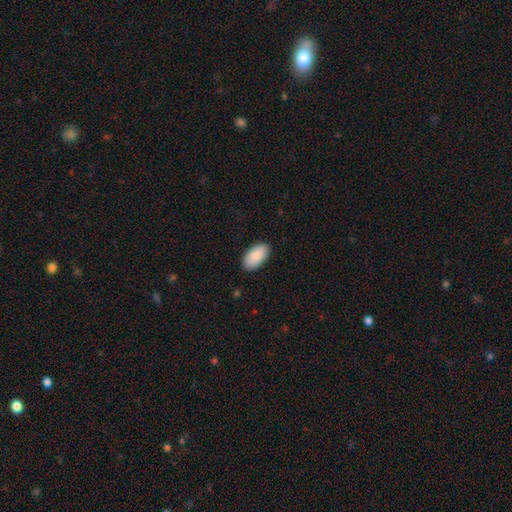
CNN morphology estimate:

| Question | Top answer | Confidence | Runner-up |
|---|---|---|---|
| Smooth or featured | smooth | 90% | star or artifact (6%) |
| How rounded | in between | 96% | round (2%) |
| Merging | none | 87% | minor disturbance (10%) |